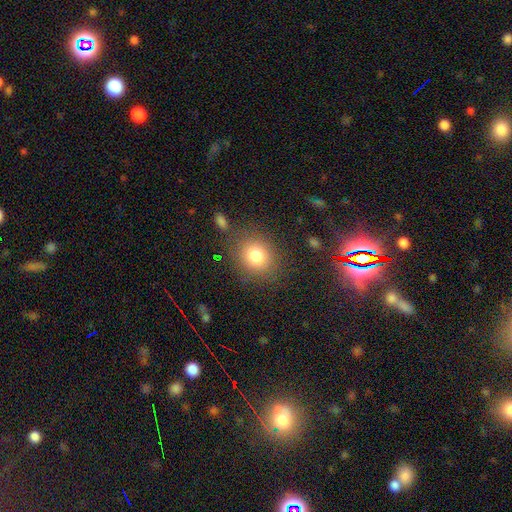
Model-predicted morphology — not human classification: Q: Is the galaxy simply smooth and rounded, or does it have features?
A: smooth — 81%.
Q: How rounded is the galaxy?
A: round — 71%.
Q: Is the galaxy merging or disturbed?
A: none — 81%.